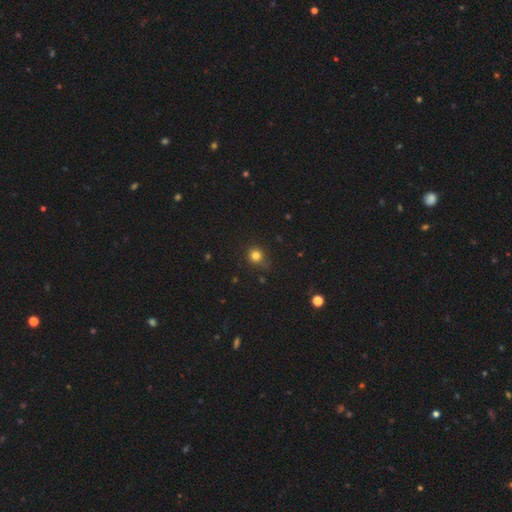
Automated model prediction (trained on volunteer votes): A smooth galaxy with no disk features (80%) that is round (88%).

Vote fractions:
- Smooth or featured? smooth: 80% / star or artifact: 15% / featured or disk: 5%
- How rounded? round: 88% / in between: 11% / cigar-shaped: 1%
- Merging? none: 79% / minor disturbance: 16% / major disturbance: 4% / merger: 2%